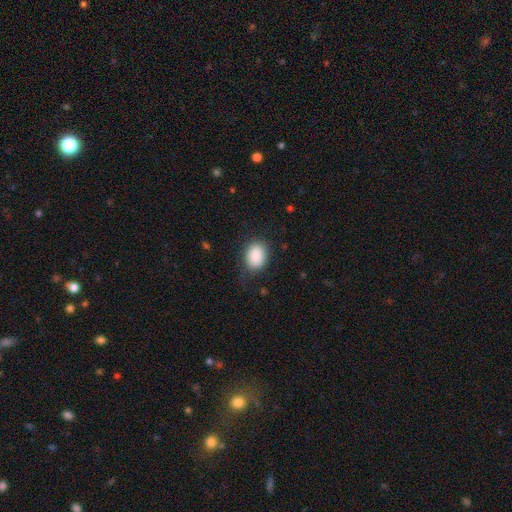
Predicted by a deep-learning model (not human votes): Smooth or featured?
  - smooth: 89% *
  - star or artifact: 7%
  - featured or disk: 4%
How rounded?
  - in between: 66% *
  - round: 33%
  - cigar-shaped: 1%
Merging?
  - none: 74% *
  - minor disturbance: 18%
  - major disturbance: 7%
  - merger: 1%